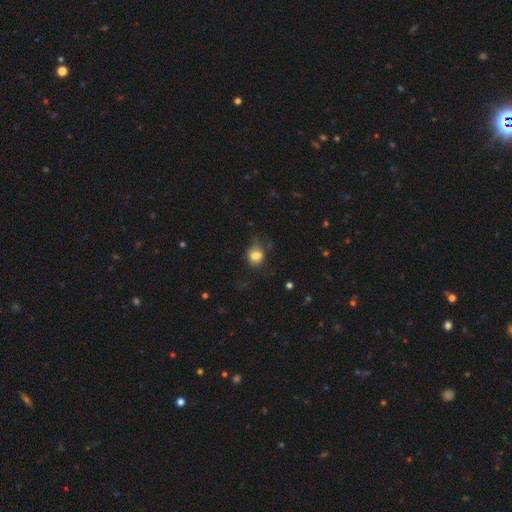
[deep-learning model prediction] Morphology: type=smooth (77%); roundness=round (60%); merging=none (57%).